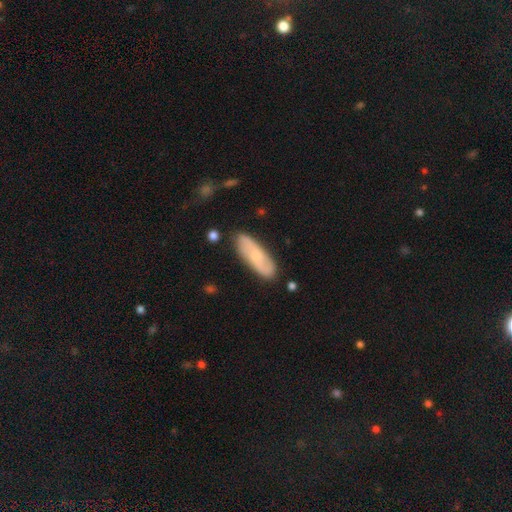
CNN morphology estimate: type=smooth (50%); merging=none (82%).